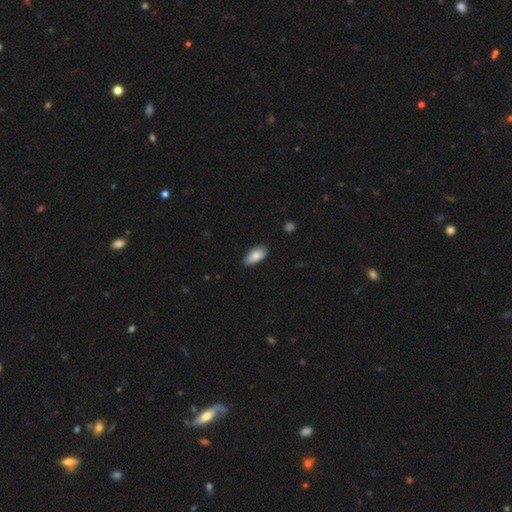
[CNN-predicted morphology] Smooth or featured? smooth (85%)
How rounded? in between (90%)
Merging? none (81%)